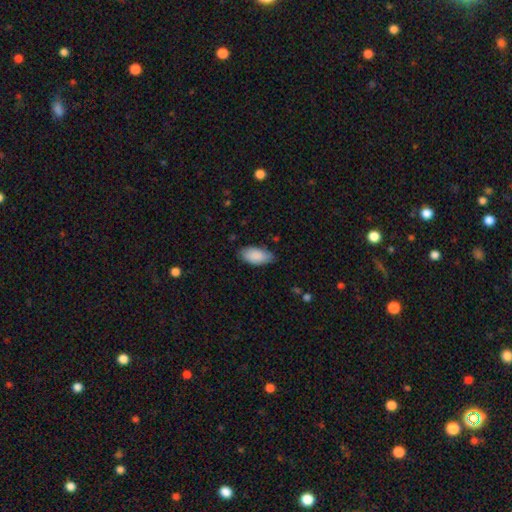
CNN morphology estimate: Smooth or featured: smooth — 89% (star or artifact — 6%)
How rounded: in between — 93% (cigar-shaped — 5%)
Merging: none — 79% (minor disturbance — 18%)